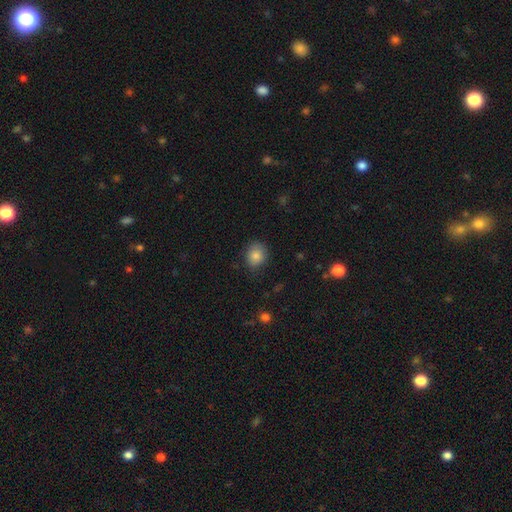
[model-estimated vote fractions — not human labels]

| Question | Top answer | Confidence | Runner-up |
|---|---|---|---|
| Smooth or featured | smooth | 83% | star or artifact (10%) |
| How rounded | round | 66% | in between (33%) |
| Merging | none | 79% | minor disturbance (16%) |